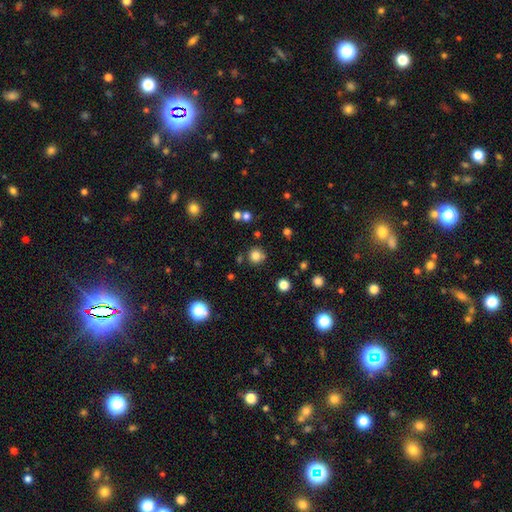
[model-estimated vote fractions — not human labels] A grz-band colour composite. It shows a smooth galaxy with no disk features (81%) that is round (93%). Merging: none (83%).